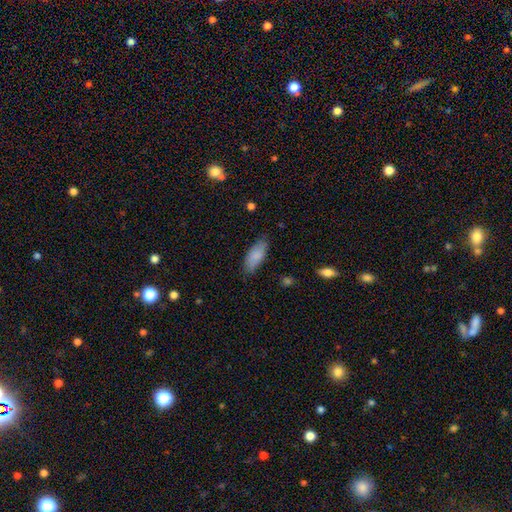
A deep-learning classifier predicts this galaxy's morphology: A smooth galaxy with no disk features (85%) that is in between round and cigar-shaped (80%).

Vote fractions:
- Smooth or featured? smooth: 85% / featured or disk: 9% / star or artifact: 6%
- How rounded? in between: 80% / cigar-shaped: 18% / round: 2%
- Merging? none: 78% / minor disturbance: 18% / major disturbance: 3% / merger: 1%